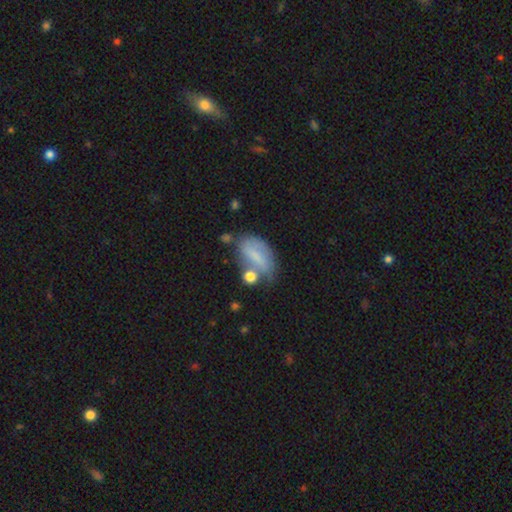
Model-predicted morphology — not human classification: Smooth or featured? smooth (59%)
How rounded? in between (82%)
Merging? none (45%)